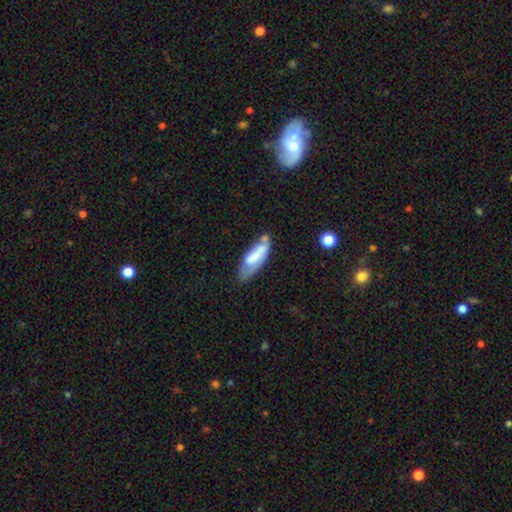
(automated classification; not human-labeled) Smooth or featured? smooth (58%)
How rounded? in between (61%)
Merging? none (40%)